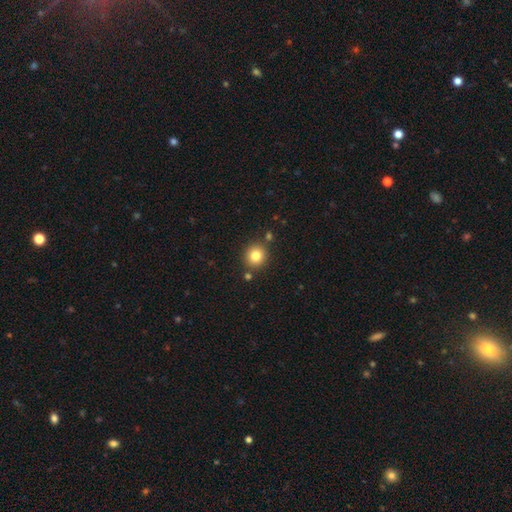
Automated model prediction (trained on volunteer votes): The model was most divided on "smooth or featured": smooth: 81%, star or artifact: 11%, featured or disk: 7%. More confident: how rounded — round (90%); merging — none (84%).